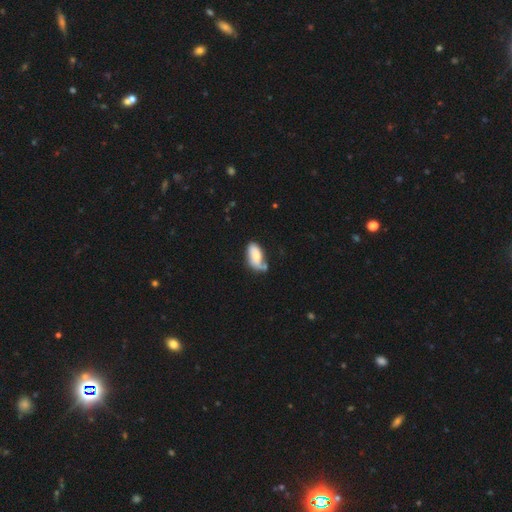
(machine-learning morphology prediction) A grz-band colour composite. It shows a smooth galaxy with no disk features (66%) that is in between round and cigar-shaped (91%). Merging: none (38%).